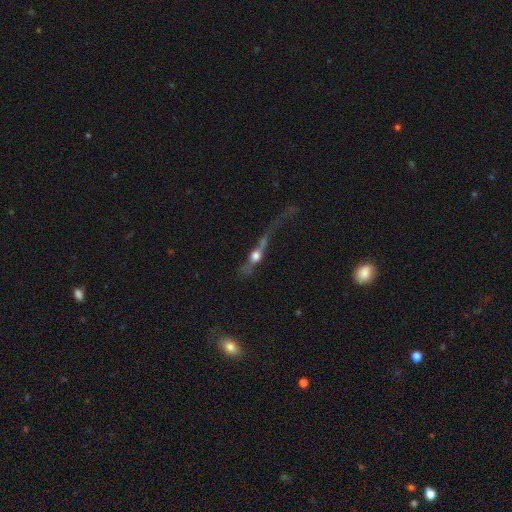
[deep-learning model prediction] Overall: featured or disk (53%; smooth 36%). Edge-on disk: yes (69%; no 31%). Merging: major disturbance (47%; none 23%).